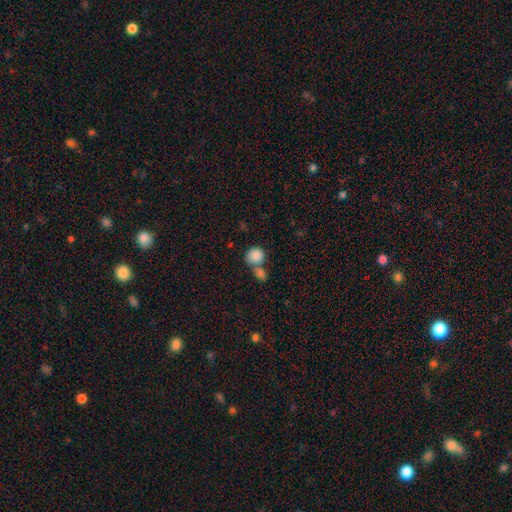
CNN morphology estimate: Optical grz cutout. It shows a smooth galaxy with no disk features (86%) that is round (80%). Merging: merger (46%).